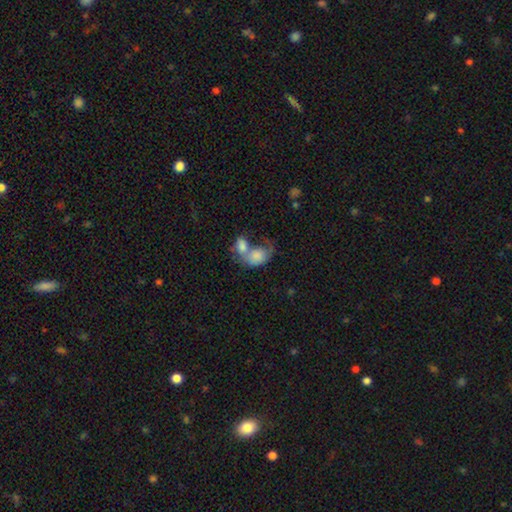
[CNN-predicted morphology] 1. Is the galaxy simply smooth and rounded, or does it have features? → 74% smooth, 18% featured or disk, 7% star or artifact.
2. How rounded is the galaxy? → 77% in between, 22% round, 1% cigar-shaped.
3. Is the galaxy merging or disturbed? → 71% merger, 12% major disturbance, 10% none, 7% minor disturbance.